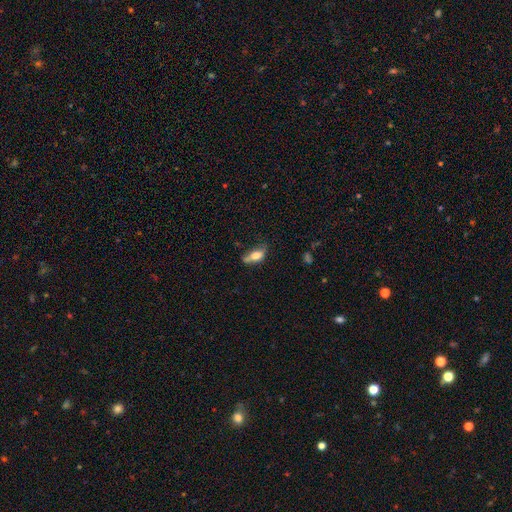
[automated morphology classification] This appears to be a smooth galaxy with no disk features (71%) that is in between round and cigar-shaped (81%). Merging: none (35%).